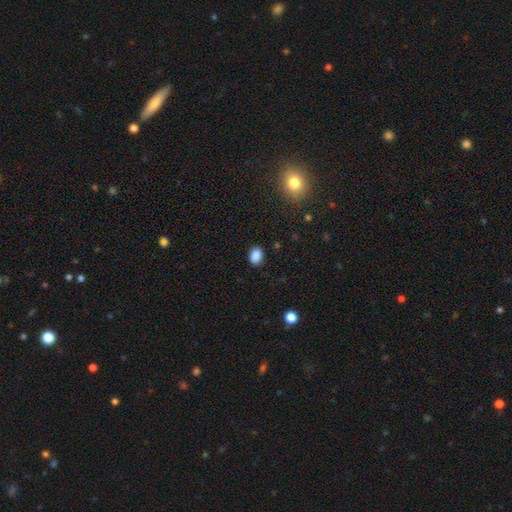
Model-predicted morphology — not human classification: Overall: smooth (87%). How rounded: in between (82%). Merging: none (85%).